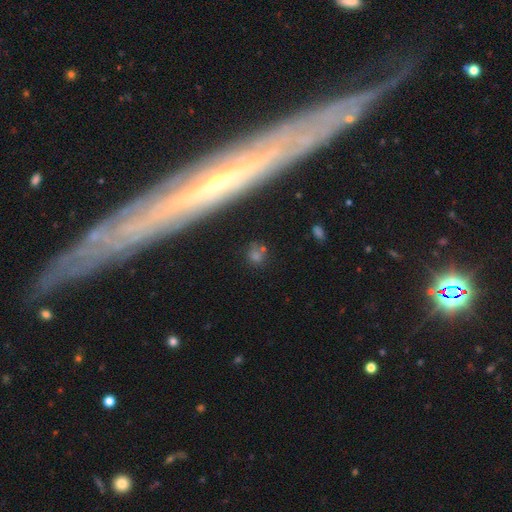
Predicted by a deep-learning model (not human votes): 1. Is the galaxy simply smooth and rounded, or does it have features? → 57% smooth, 29% star or artifact, 14% featured or disk.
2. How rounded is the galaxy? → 70% round, 27% in between, 3% cigar-shaped.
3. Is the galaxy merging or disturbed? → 59% none, 17% minor disturbance, 15% merger, 9% major disturbance.